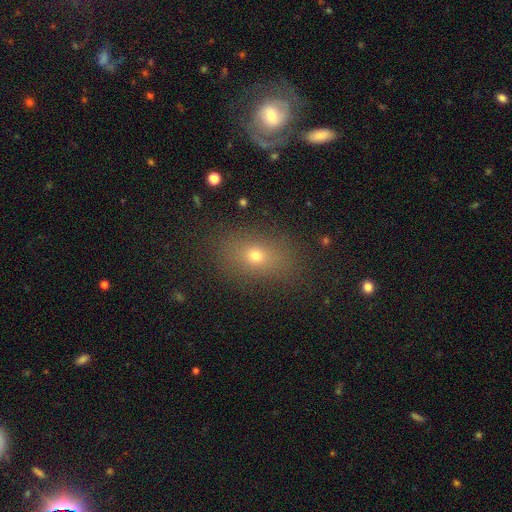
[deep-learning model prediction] This appears to be a smooth galaxy with no disk features (67%) that is in between round and cigar-shaped (70%). Merging: none (82%).